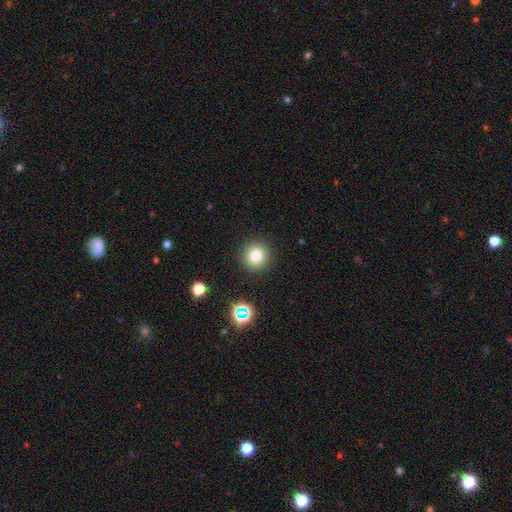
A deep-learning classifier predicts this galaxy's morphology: A smooth galaxy with no disk features (79%) that is round (94%). Merging: none (90%).